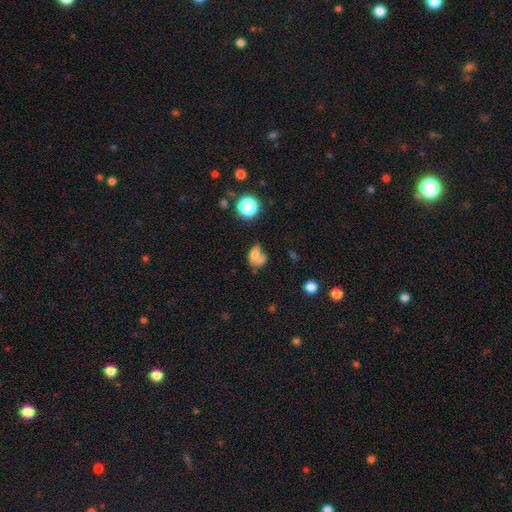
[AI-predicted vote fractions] Smooth or featured? Predicted: smooth (p=0.63). How rounded? Predicted: in between (p=0.64). Merging? Predicted: merger (p=0.46).